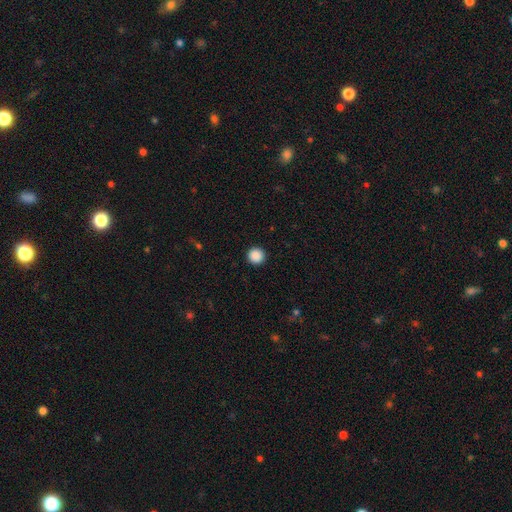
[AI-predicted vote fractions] A smooth galaxy with no disk features (88%) that is round (96%).

Vote fractions:
- Smooth or featured? smooth: 88% / star or artifact: 9% / featured or disk: 2%
- How rounded? round: 96% / in between: 3% / cigar-shaped: 1%
- Merging? none: 93% / minor disturbance: 4% / major disturbance: 2% / merger: 1%